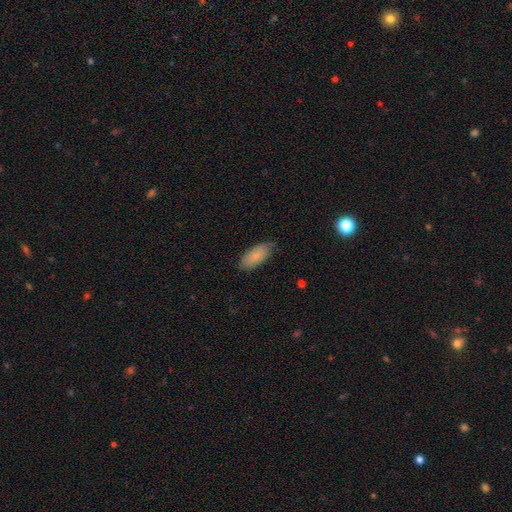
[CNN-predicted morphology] This is clearly a smooth galaxy (81%). How rounded: clearly in between (88%). Merging: likely none (74%).